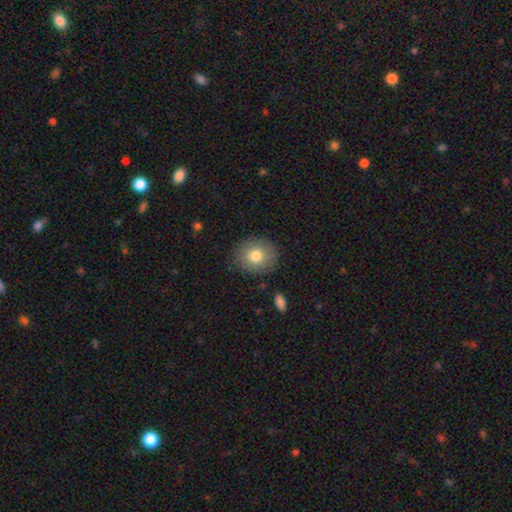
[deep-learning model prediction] A smooth galaxy with no disk features (78%) that is round (83%).

Vote fractions:
- Smooth or featured? smooth: 78% / featured or disk: 13% / star or artifact: 9%
- How rounded? round: 83% / in between: 16% / cigar-shaped: 1%
- Merging? none: 86% / minor disturbance: 9% / major disturbance: 3% / merger: 1%